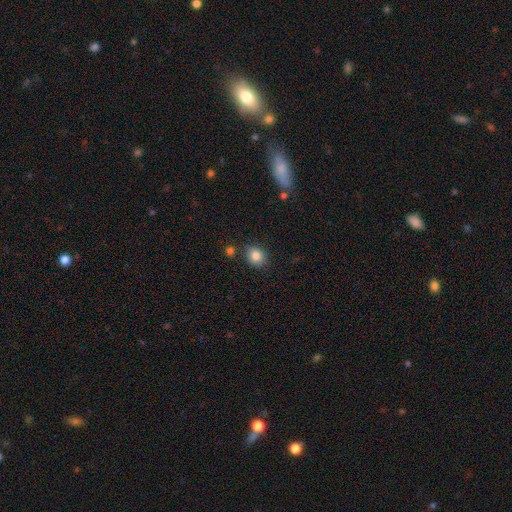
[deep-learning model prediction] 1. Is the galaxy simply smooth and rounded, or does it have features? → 85% smooth, 10% star or artifact, 6% featured or disk.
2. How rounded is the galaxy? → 68% round, 31% in between, 1% cigar-shaped.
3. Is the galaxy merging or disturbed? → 83% none, 10% minor disturbance, 5% merger, 3% major disturbance.